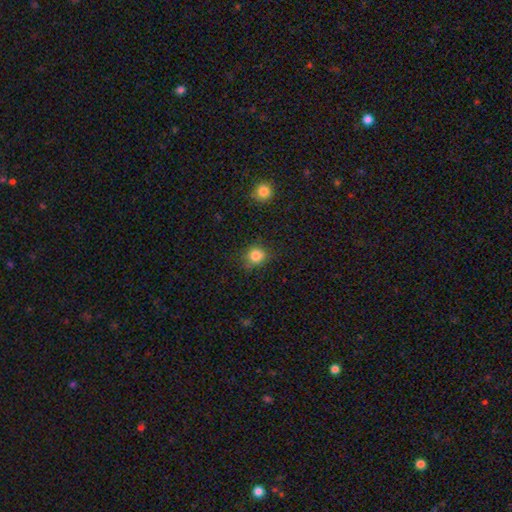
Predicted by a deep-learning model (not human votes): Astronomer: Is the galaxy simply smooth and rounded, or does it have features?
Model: smooth — 83%.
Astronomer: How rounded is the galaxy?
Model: round — 82%.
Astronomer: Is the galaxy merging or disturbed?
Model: none — 76%.